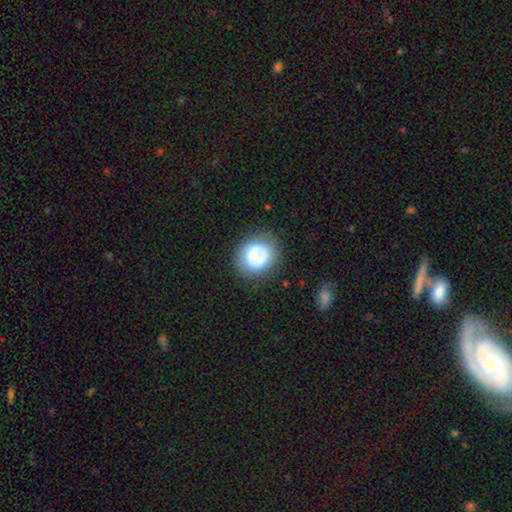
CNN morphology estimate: Smooth or featured?
  - smooth: 63% *
  - featured or disk: 27%
  - star or artifact: 9%
How rounded?
  - round: 73% *
  - in between: 26%
  - cigar-shaped: 1%
Merging?
  - none: 67% *
  - minor disturbance: 19%
  - major disturbance: 10%
  - merger: 3%